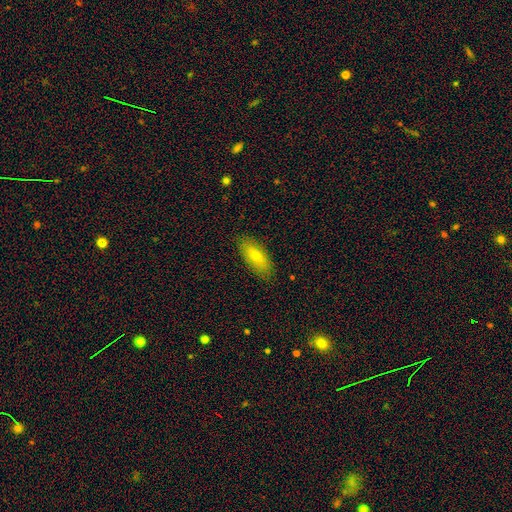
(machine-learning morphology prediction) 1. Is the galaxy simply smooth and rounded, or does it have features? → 70% smooth, 22% featured or disk, 8% star or artifact.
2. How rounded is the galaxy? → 74% in between, 23% cigar-shaped, 3% round.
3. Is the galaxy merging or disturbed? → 86% none, 11% minor disturbance, 2% major disturbance, 1% merger.